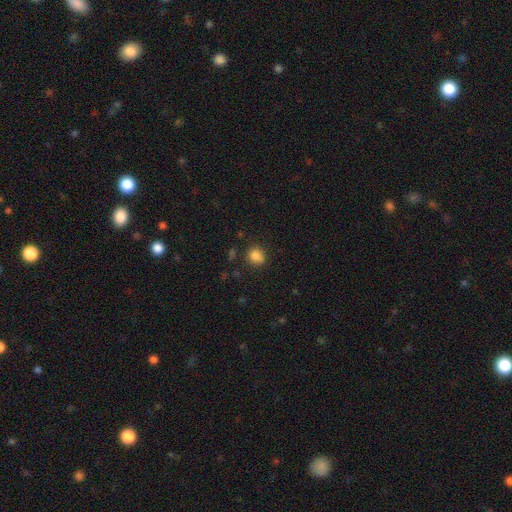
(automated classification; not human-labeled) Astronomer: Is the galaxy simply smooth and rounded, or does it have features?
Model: smooth — 83%.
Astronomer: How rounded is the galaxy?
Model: round — 72%.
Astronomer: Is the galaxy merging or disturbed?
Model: none — 72%.